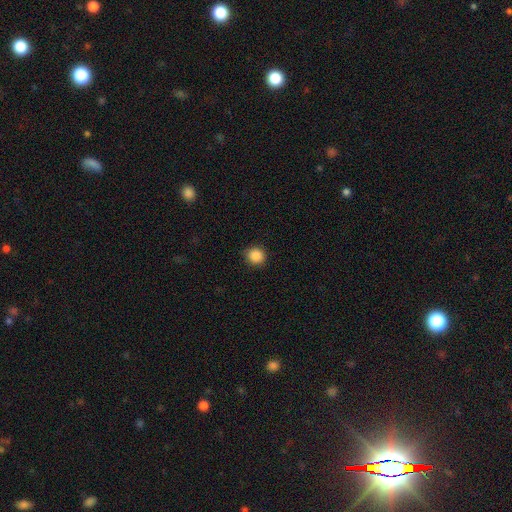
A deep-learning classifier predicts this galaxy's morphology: Smooth or featured? smooth (88%)
How rounded? round (89%)
Merging? none (89%)